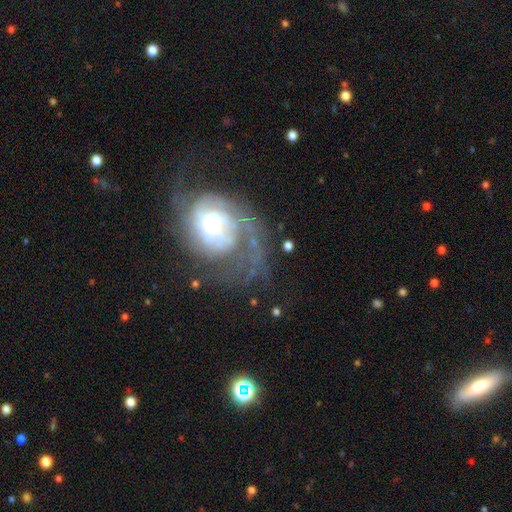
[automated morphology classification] smooth-or-featured: featured or disk: 84% | smooth: 9% | star or artifact: 7%
  disk-edge-on: no: 97% | yes: 3%
    bar: no: 57% | weak: 34% | strong: 9%
    has-spiral-arms: yes: 94% | no: 6%
      spiral-winding: tight: 44% | medium: 39% | loose: 17%
      spiral-arm-count: 2: 41% | can't tell: 23% | 1: 16% | 3: 11% | 4: 4% | more than 4: 4%
    bulge-size: moderate: 52% | small: 31% | large: 13% | none: 2% | dominant: 2%
  merging: none: 50% | major disturbance: 28% | minor disturbance: 18% | merger: 3%